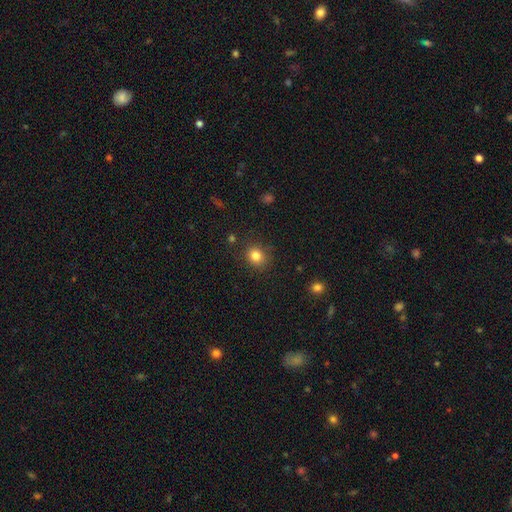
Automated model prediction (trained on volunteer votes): This appears to be a smooth galaxy with no disk features (82%) that is round (75%). Merging: none (85%).